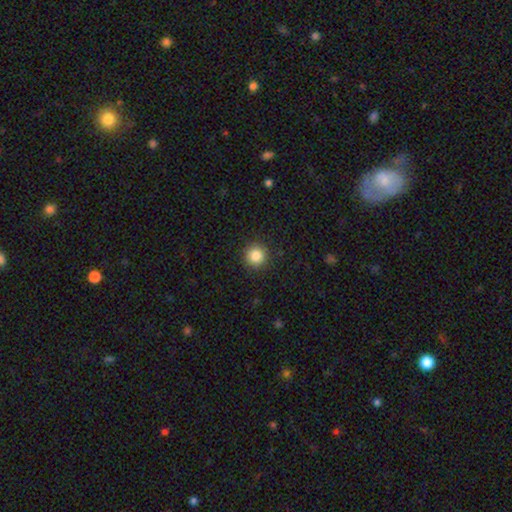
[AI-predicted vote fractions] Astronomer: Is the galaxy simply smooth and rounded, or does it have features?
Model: smooth — 85%.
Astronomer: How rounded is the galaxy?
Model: round — 95%.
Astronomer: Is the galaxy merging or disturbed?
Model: none — 91%.